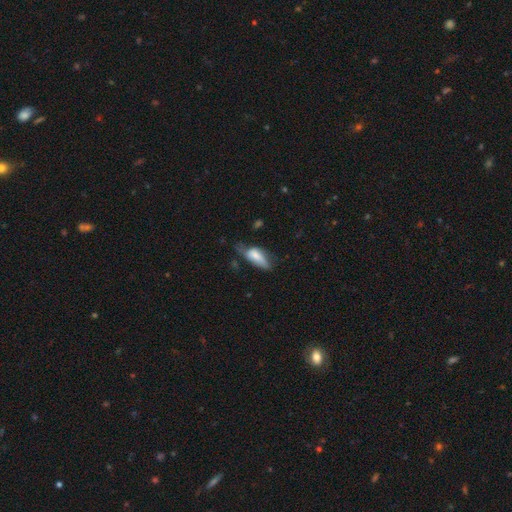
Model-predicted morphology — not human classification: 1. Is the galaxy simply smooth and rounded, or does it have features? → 66% smooth, 27% featured or disk, 8% star or artifact.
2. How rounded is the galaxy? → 79% in between, 18% cigar-shaped, 3% round.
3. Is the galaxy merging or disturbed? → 37% minor disturbance, 31% none, 27% major disturbance, 5% merger.